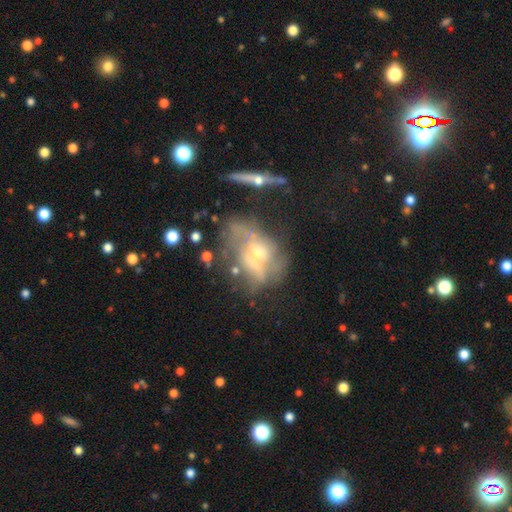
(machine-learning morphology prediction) This appears to be a featured or disk galaxy (67%) with no bar (62%), spiral arms (55%) and a moderate central bulge (51%). Merging: none (37%).